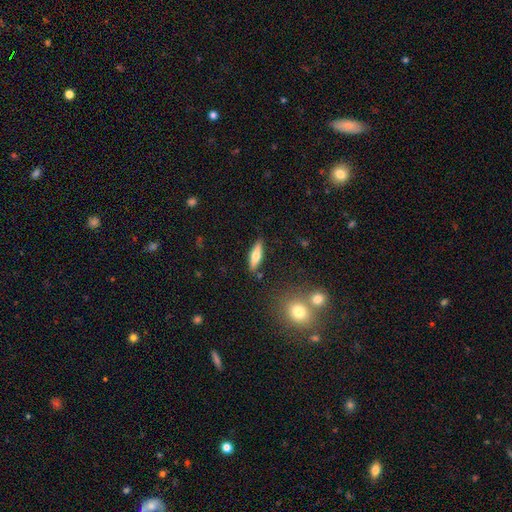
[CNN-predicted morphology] Smooth or featured?
  - smooth: 58% *
  - featured or disk: 36%
  - star or artifact: 7%
How rounded?
  - cigar-shaped: 63% *
  - in between: 35%
  - round: 2%
Merging?
  - none: 86% *
  - minor disturbance: 9%
  - merger: 3%
  - major disturbance: 2%